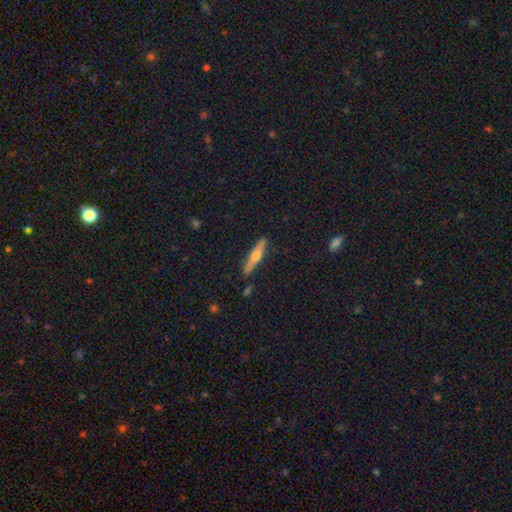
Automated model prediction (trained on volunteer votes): This appears to be a featured or disk galaxy (56%) viewed edge-on (95%) with a rounded central bulge (90%). Merging: none (87%).